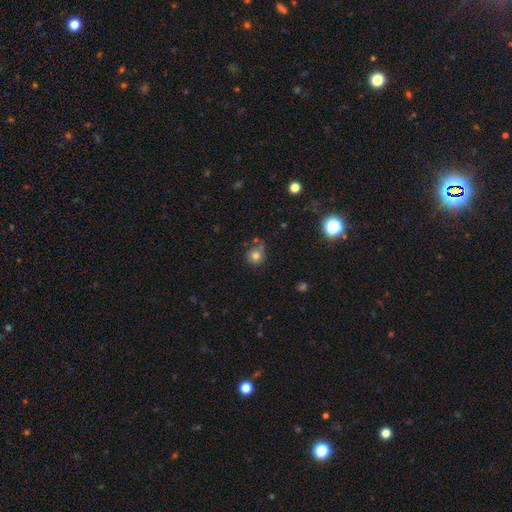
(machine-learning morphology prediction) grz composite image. It shows a smooth galaxy with no disk features (76%) that is round (89%). Merging: none (68%).